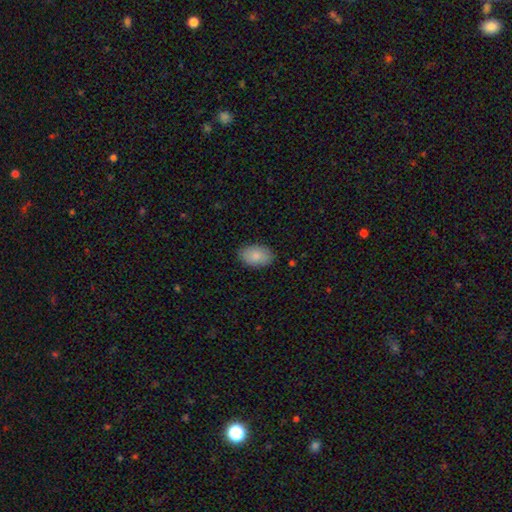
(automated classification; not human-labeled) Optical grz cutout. It shows a smooth galaxy with no disk features (87%) that is in between round and cigar-shaped (91%). Merging: none (86%).